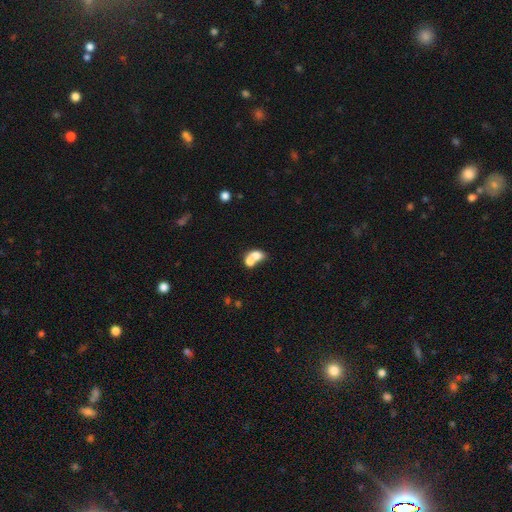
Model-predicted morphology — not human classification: Q: Smooth or featured?
A: smooth (69%); runner-up: featured or disk (22%)
Q: How rounded?
A: in between (72%); runner-up: round (26%)
Q: Merging?
A: merger (72%); runner-up: none (17%)